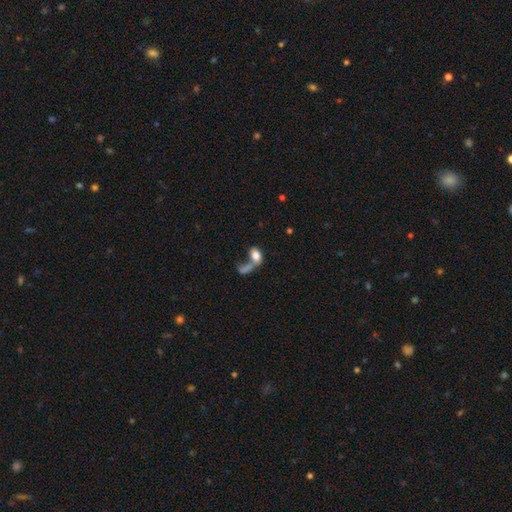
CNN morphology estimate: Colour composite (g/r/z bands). It shows a smooth galaxy with no disk features (71%) that is in between round and cigar-shaped (80%). Merging: merger (52%).